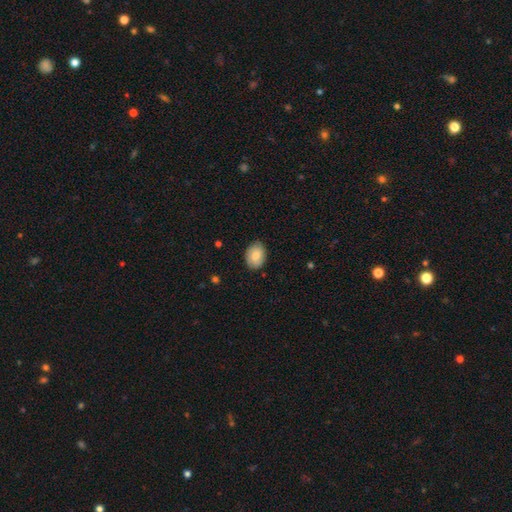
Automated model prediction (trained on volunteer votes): Smooth or featured?
  - smooth: 74% *
  - featured or disk: 19%
  - star or artifact: 7%
How rounded?
  - in between: 74% *
  - round: 25%
  - cigar-shaped: 1%
Merging?
  - none: 82% *
  - minor disturbance: 14%
  - major disturbance: 3%
  - merger: 1%